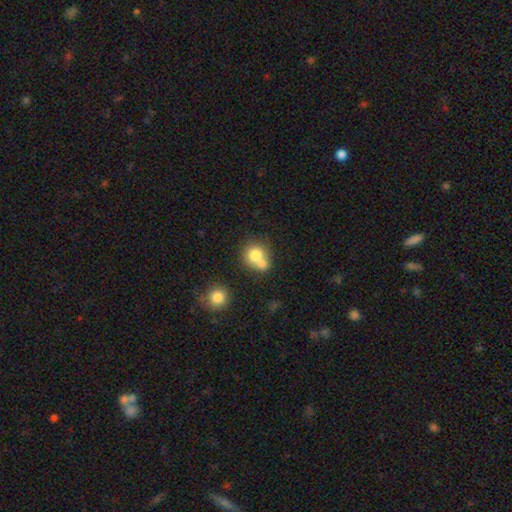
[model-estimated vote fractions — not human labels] Smooth or featured: smooth — 75% (featured or disk — 15%)
How rounded: round — 81% (in between — 18%)
Merging: merger — 50% (none — 38%)